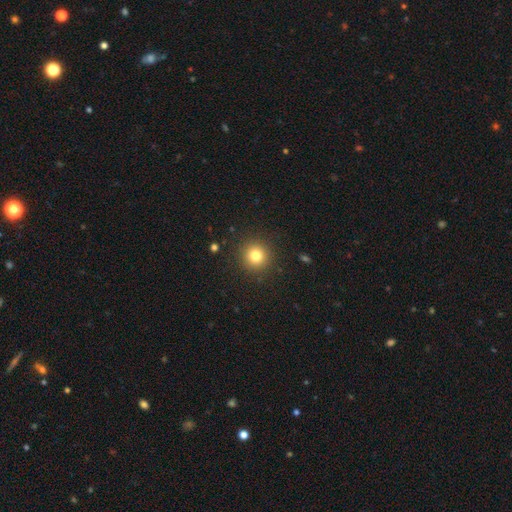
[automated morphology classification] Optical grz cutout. It shows a smooth galaxy with no disk features (80%) that is round (94%). Merging: none (91%).